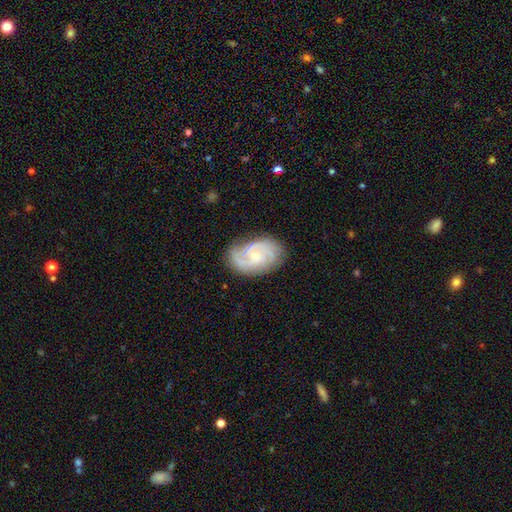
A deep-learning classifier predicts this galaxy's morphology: Overall: featured or disk (84%). Edge-on disk: no (97%). Bar: no (61%; weak 35%). Spiral arms: yes (96%). Spiral arm count: 2 (52%; 3 22%). Spiral winding: tight (49%; medium 42%). Bulge size: small (68%). Merging: none (76%).